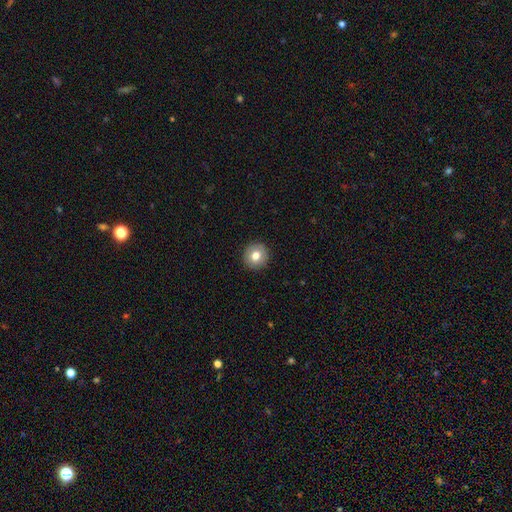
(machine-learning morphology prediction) Smooth or featured: smooth — 78% (featured or disk — 13%)
How rounded: round — 93% (in between — 6%)
Merging: none — 92% (minor disturbance — 5%)